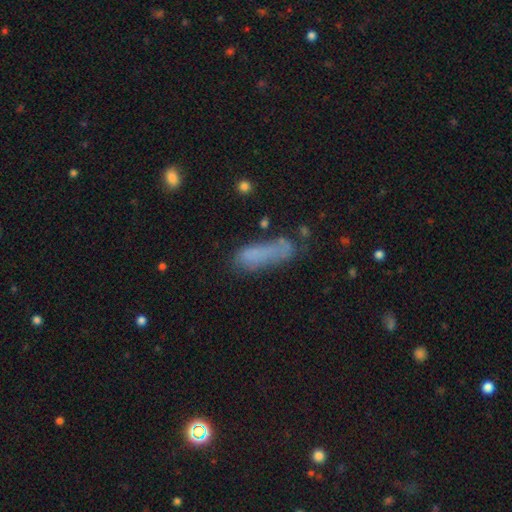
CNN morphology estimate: smooth-or-featured: smooth: 71% | featured or disk: 17% | star or artifact: 12%
  how-rounded: cigar-shaped: 55% | in between: 43% | round: 2%
  merging: none: 44% | minor disturbance: 27% | major disturbance: 20% | merger: 8%